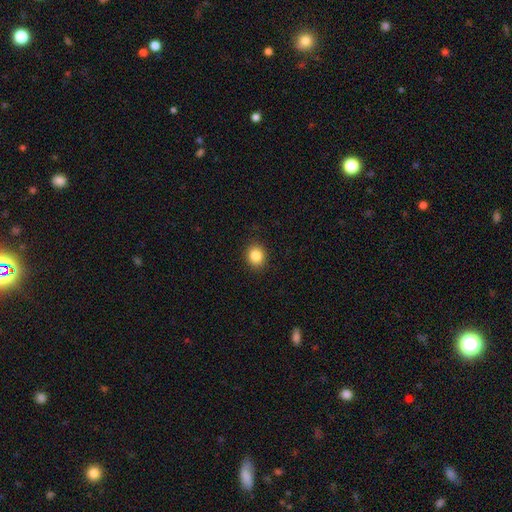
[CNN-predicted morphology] A smooth galaxy with no disk features (85%) that is round (74%). Merging: none (91%).